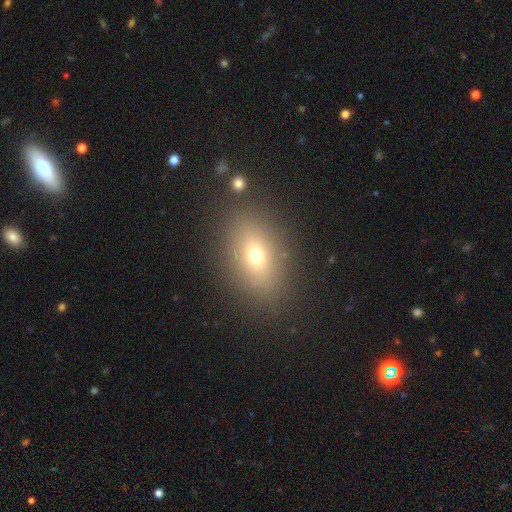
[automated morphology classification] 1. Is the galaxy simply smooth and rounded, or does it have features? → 65% smooth, 18% featured or disk, 16% star or artifact.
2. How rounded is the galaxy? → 77% in between, 19% round, 4% cigar-shaped.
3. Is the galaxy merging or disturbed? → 84% none, 9% minor disturbance, 4% major disturbance, 2% merger.